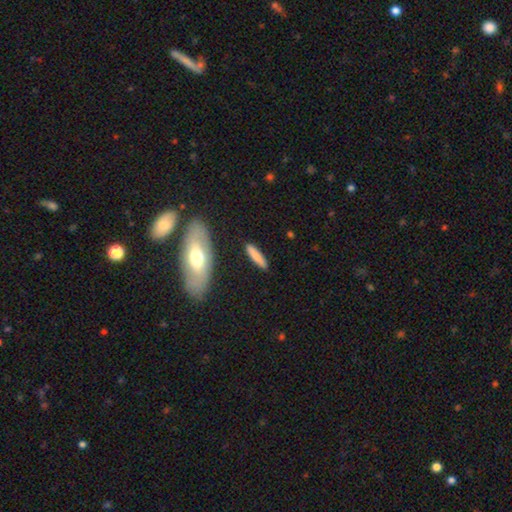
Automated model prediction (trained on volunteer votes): Smooth or featured? Predicted: smooth (p=0.77). How rounded? Predicted: cigar-shaped (p=0.82). Merging? Predicted: none (p=0.85).